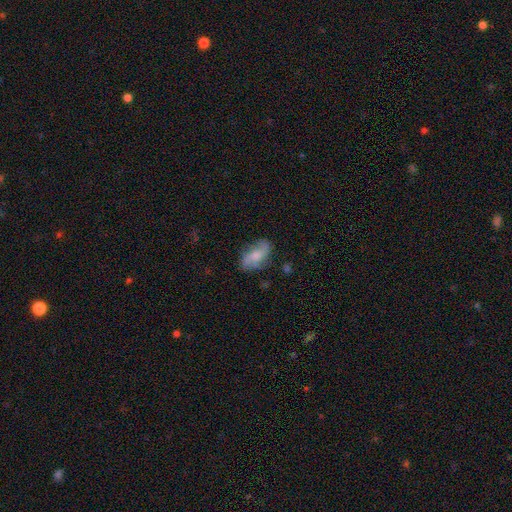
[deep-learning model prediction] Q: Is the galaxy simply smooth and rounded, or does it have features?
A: featured or disk — 50%.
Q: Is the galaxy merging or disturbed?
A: none — 70%.